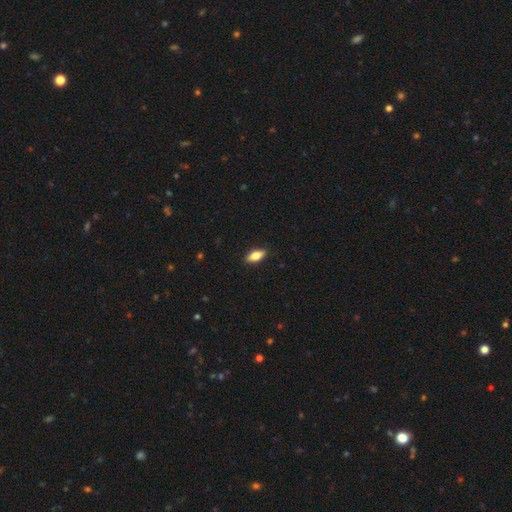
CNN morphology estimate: A smooth galaxy with no disk features (78%) that is in between round and cigar-shaped (84%).

Vote fractions:
- Smooth or featured? smooth: 78% / featured or disk: 16% / star or artifact: 7%
- How rounded? in between: 84% / cigar-shaped: 13% / round: 3%
- Merging? none: 89% / minor disturbance: 8% / major disturbance: 2% / merger: 1%